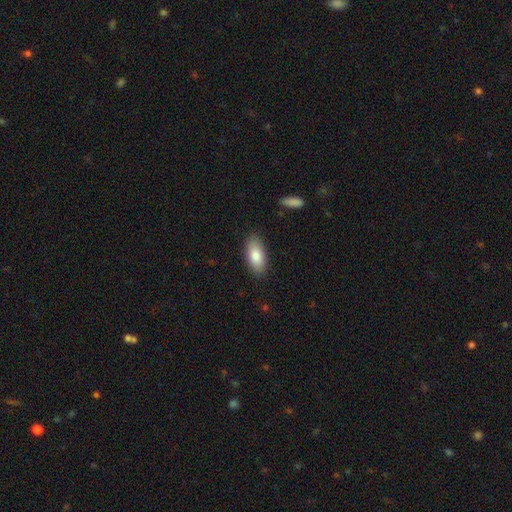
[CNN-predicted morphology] Smooth or featured? smooth (83%)
How rounded? in between (90%)
Merging? none (86%)